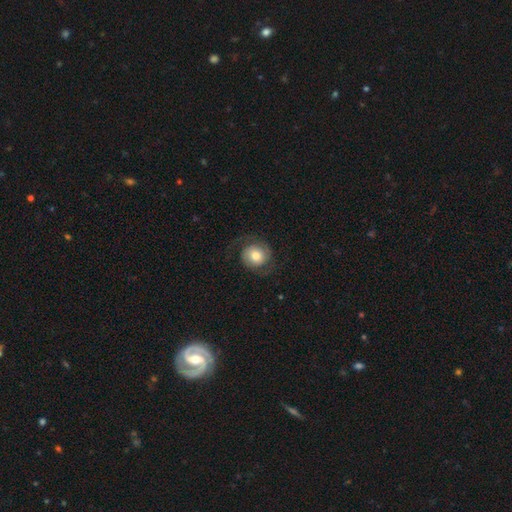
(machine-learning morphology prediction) This appears to be a featured or disk galaxy (59%) with no bar (76%), 2 (89%) medium (42%) spiral arms (89%) and a moderate central bulge (64%). Merging: none (74%).